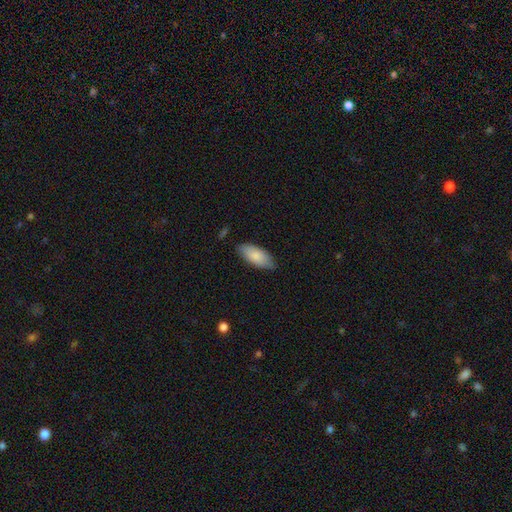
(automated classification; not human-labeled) smooth_or_featured: smooth (p=0.84) [alt: featured or disk p=0.10]
how_rounded: in between (p=0.87) [alt: cigar-shaped p=0.11]
merging: none (p=0.80) [alt: minor disturbance p=0.16]